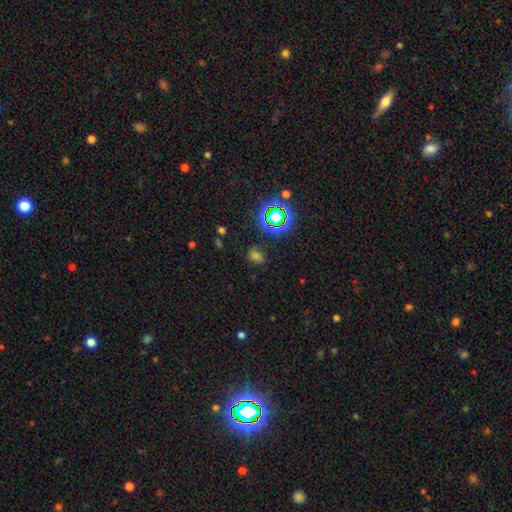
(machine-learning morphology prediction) This appears to be a smooth galaxy with no disk features (50%) that is in between round and cigar-shaped (58%). Merging: none (78%).